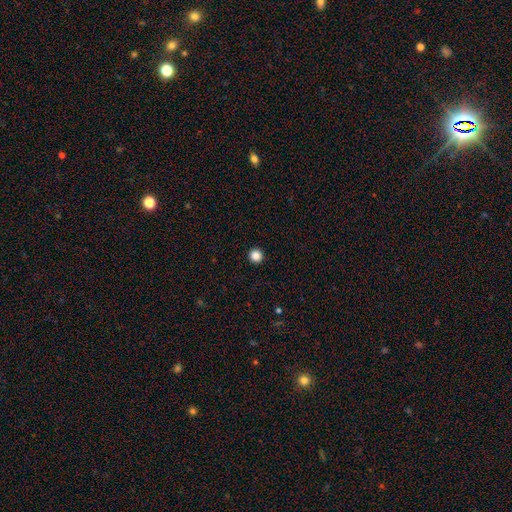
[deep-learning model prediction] A smooth galaxy with no disk features (86%) that is round (96%).

Vote fractions:
- Smooth or featured? smooth: 86% / star or artifact: 11% / featured or disk: 3%
- How rounded? round: 96% / in between: 3% / cigar-shaped: 1%
- Merging? none: 94% / minor disturbance: 4% / major disturbance: 1% / merger: 1%